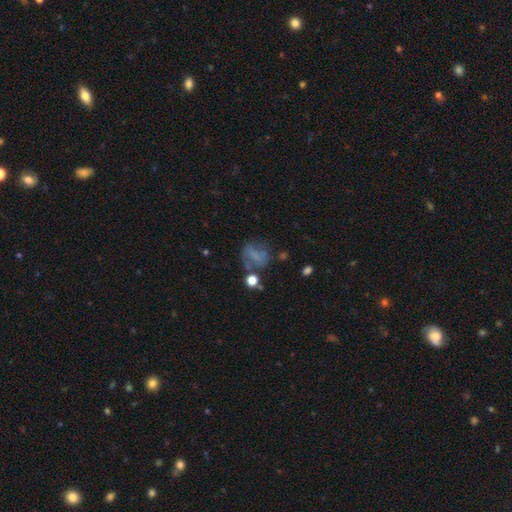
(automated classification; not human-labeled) Q: Smooth or featured?
A: smooth (49%); runner-up: featured or disk (30%)
Q: Merging?
A: none (42%); runner-up: major disturbance (25%)